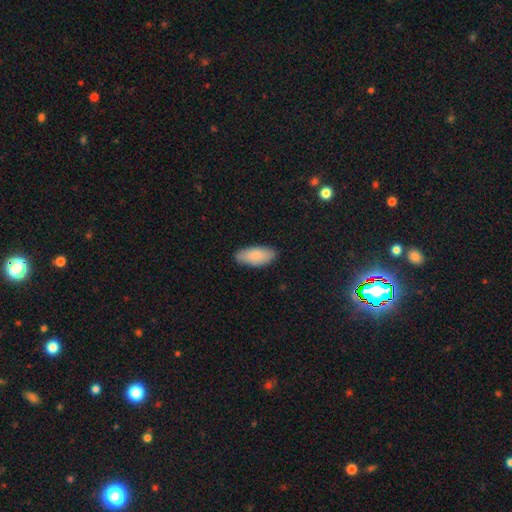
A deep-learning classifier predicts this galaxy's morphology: smooth-or-featured: smooth: 85% | featured or disk: 9% | star or artifact: 6%
  how-rounded: in between: 90% | cigar-shaped: 8% | round: 2%
  merging: none: 84% | minor disturbance: 13% | major disturbance: 2% | merger: 1%